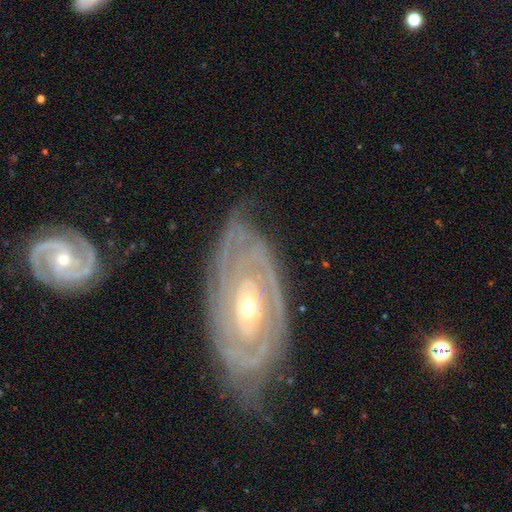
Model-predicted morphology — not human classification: Smooth or featured?
  - featured or disk: 88% *
  - smooth: 7%
  - star or artifact: 5%
Edge-on disk?
  - no: 93% *
  - yes: 7%
Bar?
  - no: 50% *
  - weak: 33%
  - strong: 16%
Spiral arms?
  - yes: 94% *
  - no: 6%
Spiral winding?
  - tight: 82% *
  - medium: 15%
  - loose: 3%
Spiral arm count?
  - 2: 35% *
  - can't tell: 33%
  - 3: 15%
  - 4: 7%
  - 1: 5%
  - more than 4: 5%
Bulge size?
  - moderate: 53% *
  - small: 44%
  - large: 2%
  - none: 1%
  - dominant: 1%
Merging?
  - none: 72% *
  - minor disturbance: 19%
  - major disturbance: 6%
  - merger: 3%